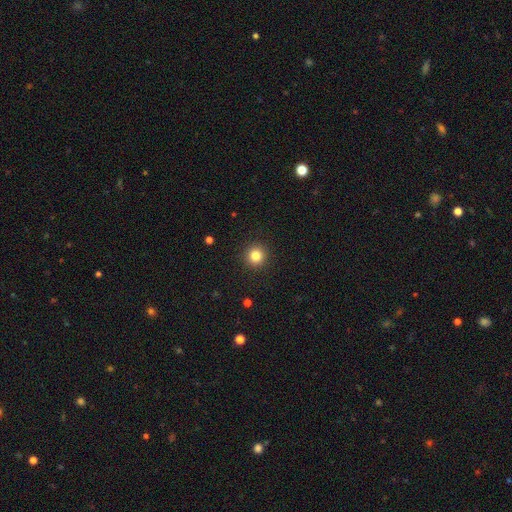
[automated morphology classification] Smooth or featured: smooth — 83% (star or artifact — 12%)
How rounded: round — 94% (in between — 5%)
Merging: none — 92% (minor disturbance — 5%)